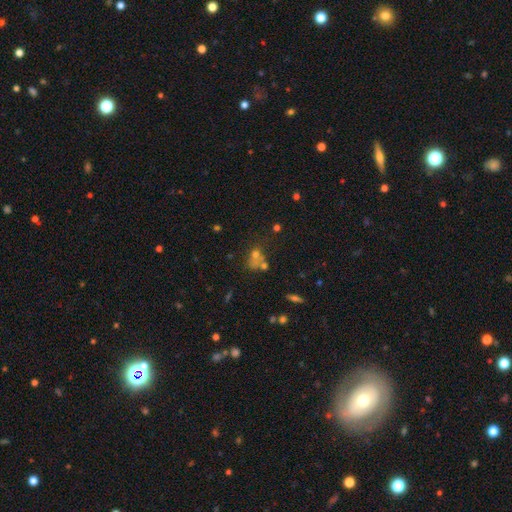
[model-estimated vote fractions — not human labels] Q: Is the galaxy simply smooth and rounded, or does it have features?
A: smooth — 51%.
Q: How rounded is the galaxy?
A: round — 65%.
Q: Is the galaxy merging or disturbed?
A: none — 42%.